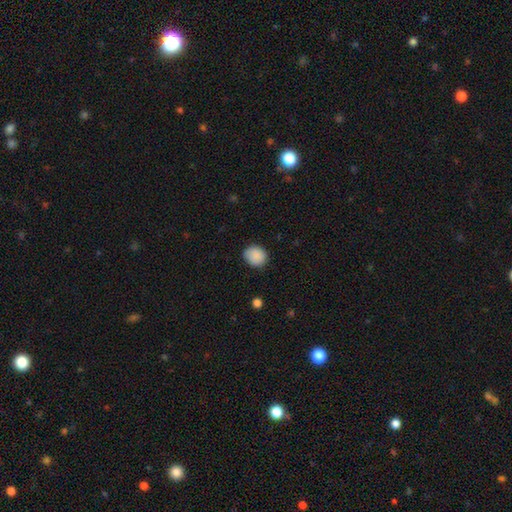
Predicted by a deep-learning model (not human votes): smooth 88%, star or artifact 8%, featured or disk 4%. Down the decision tree: how rounded — round (77%); merging — none (81%).